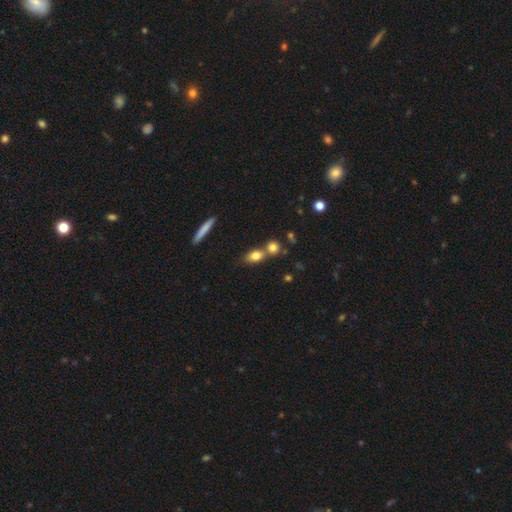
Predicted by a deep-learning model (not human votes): smooth_or_featured: smooth (p=0.78) [alt: featured or disk p=0.13]
how_rounded: in between (p=0.63) [alt: round p=0.24]
merging: none (p=0.45) [alt: merger p=0.42]